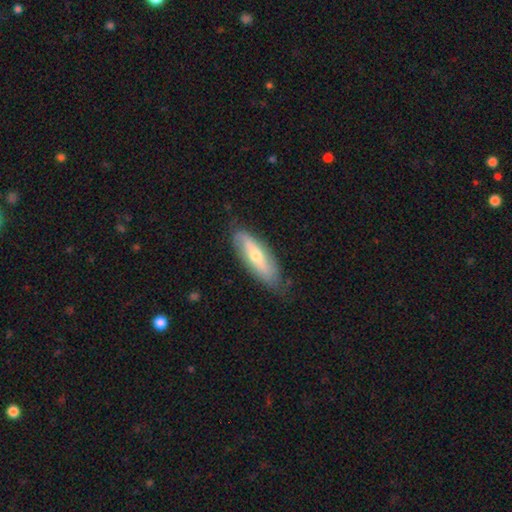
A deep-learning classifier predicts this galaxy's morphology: The model was most divided on "smooth or featured": featured or disk: 54%, smooth: 39%, star or artifact: 7%. More confident: merging — none (78%); edge-on disk — no (61%).